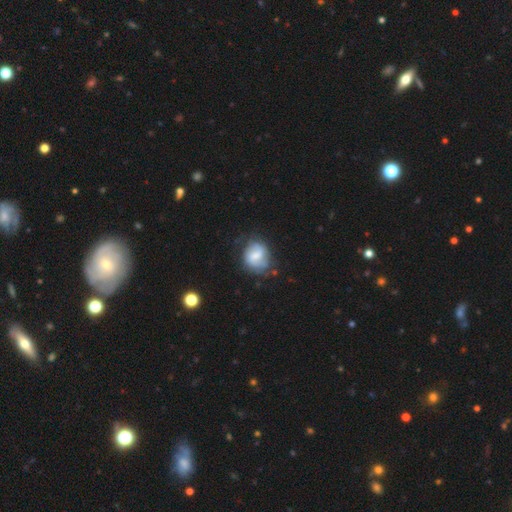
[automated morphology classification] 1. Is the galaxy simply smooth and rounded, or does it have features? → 52% featured or disk, 40% smooth, 7% star or artifact.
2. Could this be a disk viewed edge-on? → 97% no, 3% yes.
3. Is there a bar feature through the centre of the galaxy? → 53% weak, 27% no, 21% strong.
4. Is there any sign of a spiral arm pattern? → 75% yes, 25% no.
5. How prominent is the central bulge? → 37% moderate, 34% small, 18% none, 10% large, 2% dominant.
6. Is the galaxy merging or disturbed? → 56% none, 27% minor disturbance, 14% major disturbance, 3% merger.